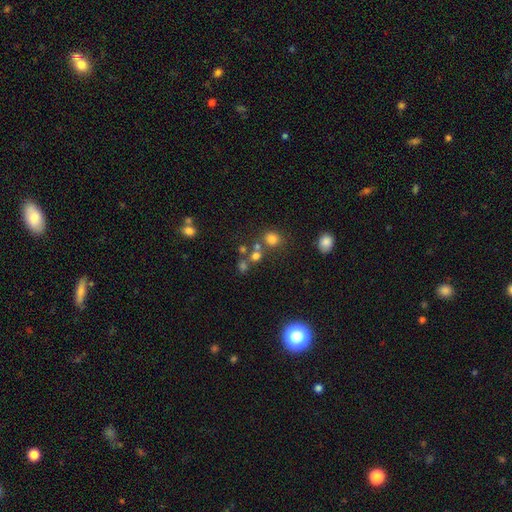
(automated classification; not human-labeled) smooth_or_featured: smooth (p=0.64) [alt: star or artifact p=0.25]
how_rounded: round (p=0.82) [alt: in between p=0.17]
merging: none (p=0.58) [alt: merger p=0.29]